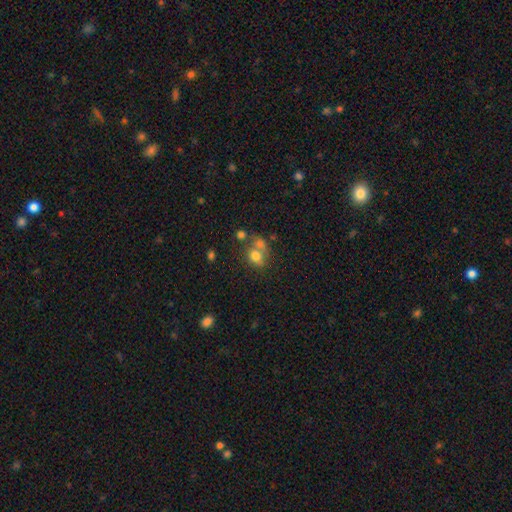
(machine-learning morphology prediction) Smooth or featured?
  - smooth: 73% *
  - featured or disk: 15%
  - star or artifact: 13%
How rounded?
  - round: 55% *
  - in between: 43%
  - cigar-shaped: 1%
Merging?
  - merger: 42% *
  - none: 37%
  - minor disturbance: 13%
  - major disturbance: 8%